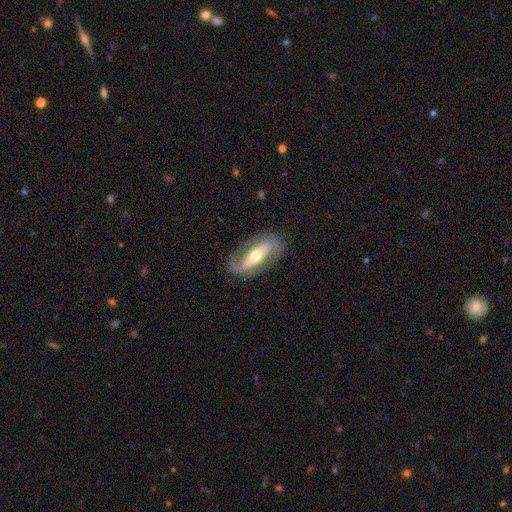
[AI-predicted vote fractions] Smooth or featured: featured or disk — 75% (smooth — 20%)
Edge-on disk: no — 90% (yes — 10%)
Bar: no — 41% (strong — 35%)
Spiral arms: yes — 66% (no — 34%)
Bulge size: moderate — 65% (small — 23%)
Merging: none — 81% (minor disturbance — 12%)